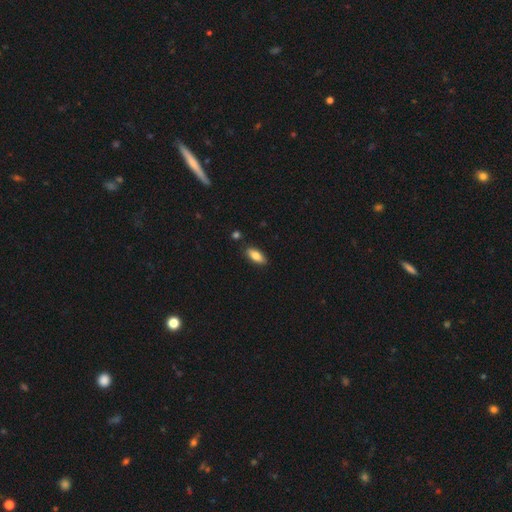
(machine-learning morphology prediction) A smooth galaxy with no disk features (80%) that is in between round and cigar-shaped (82%). Merging: none (86%).